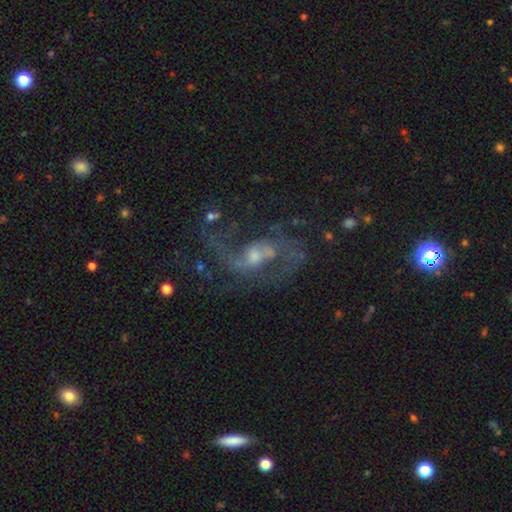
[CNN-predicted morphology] Smooth or featured? featured or disk (84%)
Edge-on disk? no (97%)
Bar? weak (47%)
Spiral arms? yes (91%)
Spiral winding? loose (54%)
Spiral arm count? 2 (83%)
Bulge size? moderate (51%)
Merging? none (57%)